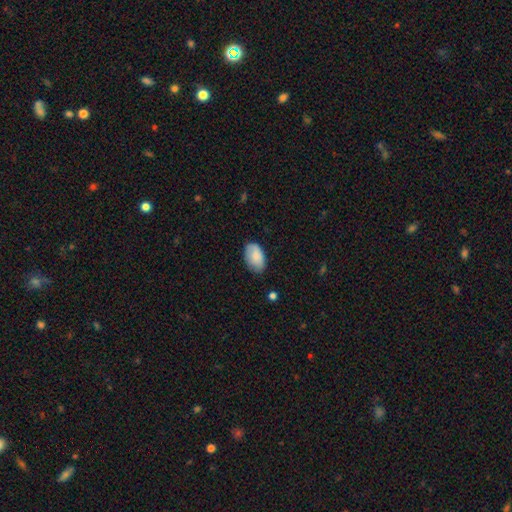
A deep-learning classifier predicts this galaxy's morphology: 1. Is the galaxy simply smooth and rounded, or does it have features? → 83% smooth, 10% featured or disk, 7% star or artifact.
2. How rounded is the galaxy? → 93% in between, 6% round, 1% cigar-shaped.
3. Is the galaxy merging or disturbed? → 72% none, 23% minor disturbance, 4% major disturbance, 1% merger.